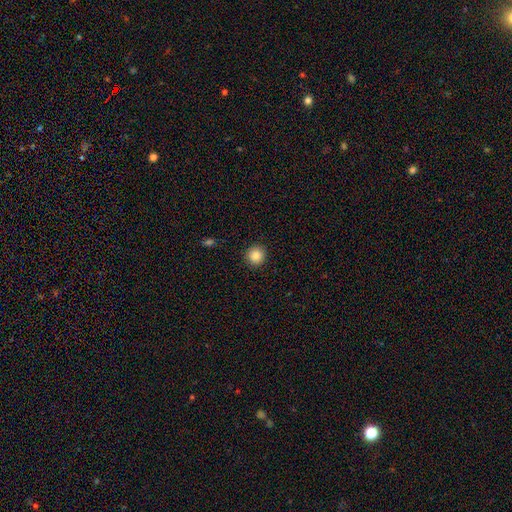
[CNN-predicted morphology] The model was most divided on "smooth or featured": smooth: 86%, star or artifact: 10%, featured or disk: 5%. More confident: how rounded — round (94%); merging — none (92%).